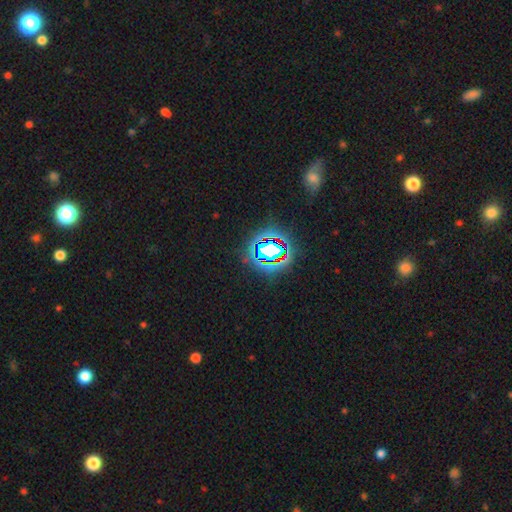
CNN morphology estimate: smooth-or-featured: star or artifact: 77% | smooth: 15% | featured or disk: 8%